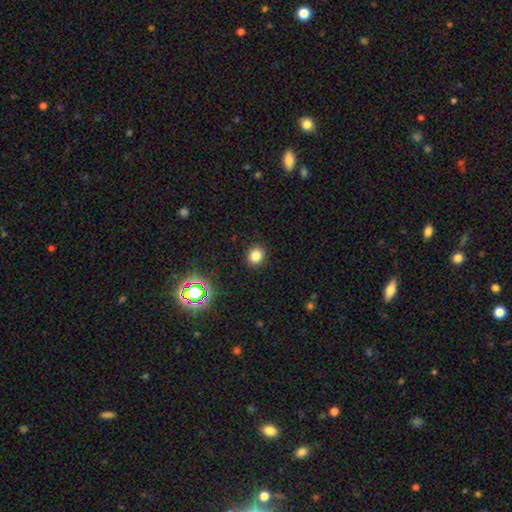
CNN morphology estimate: This appears to be a smooth galaxy with no disk features (81%) that is round (75%). Merging: none (91%).